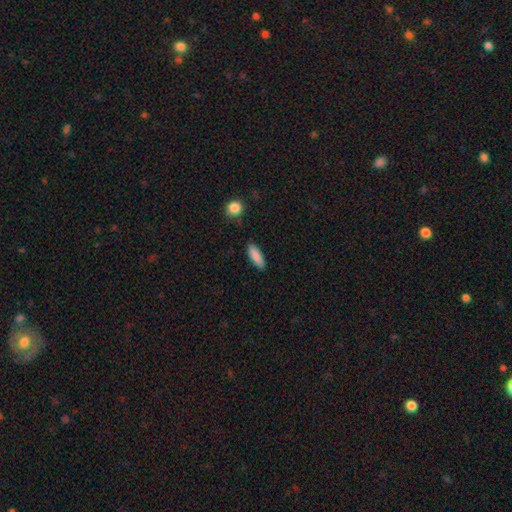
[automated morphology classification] type=smooth (88%); roundness=in between (57%); merging=none (85%).